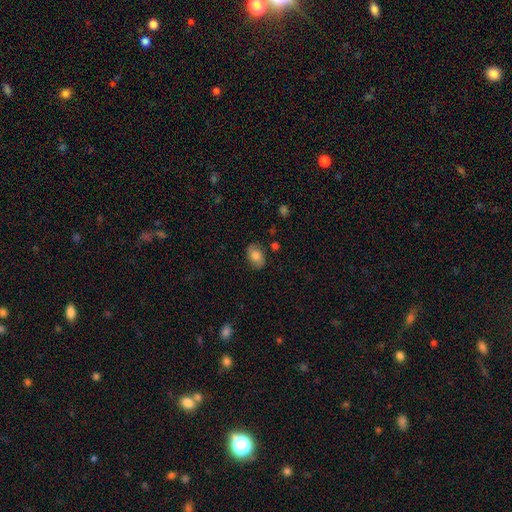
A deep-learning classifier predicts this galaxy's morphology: This appears to be a smooth galaxy with no disk features (72%) that is in between round and cigar-shaped (80%). Merging: none (79%).